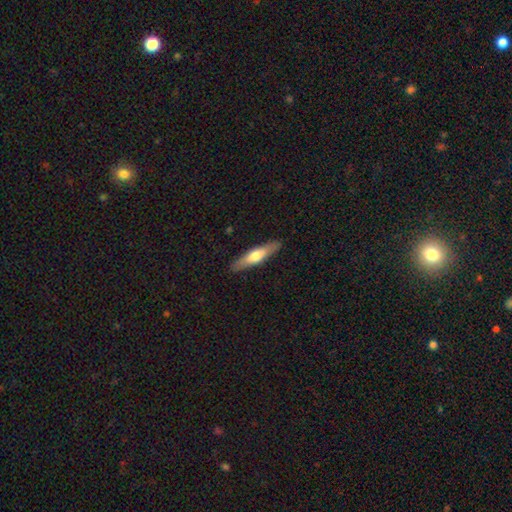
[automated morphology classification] This is possibly a smooth galaxy (52%). How rounded: clearly cigar-shaped (80%). Merging: clearly none (89%).